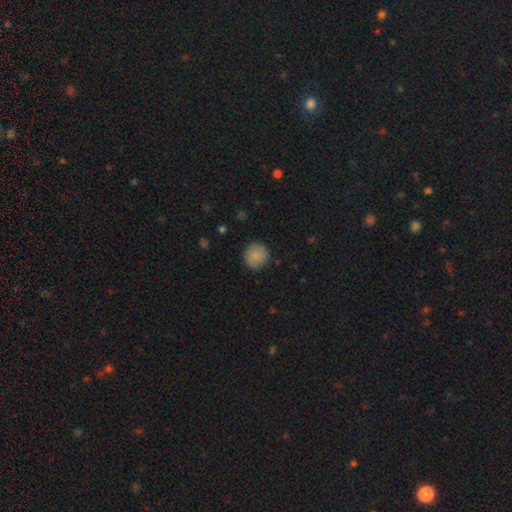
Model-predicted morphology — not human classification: type=smooth (82%); roundness=round (91%); merging=none (86%).